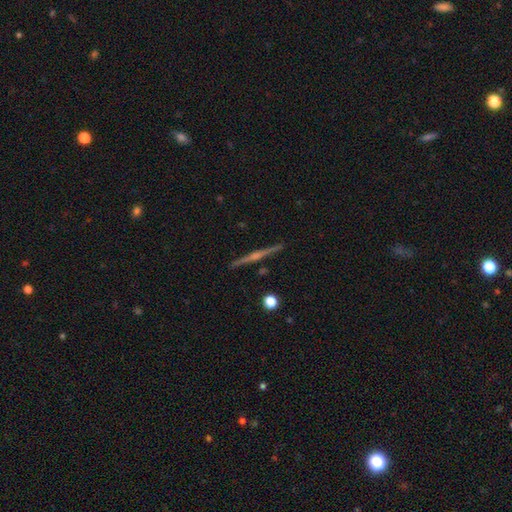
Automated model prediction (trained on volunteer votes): A featured or disk galaxy (80%) viewed edge-on (99%) with a rounded central bulge (71%). Merging: none (92%).